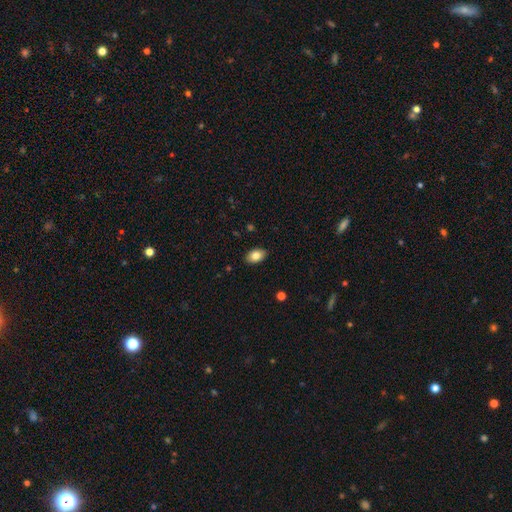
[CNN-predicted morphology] smooth-or-featured: smooth: 83% | featured or disk: 9% | star or artifact: 8%
  how-rounded: in between: 88% | round: 10% | cigar-shaped: 1%
  merging: none: 89% | minor disturbance: 8% | major disturbance: 2% | merger: 1%